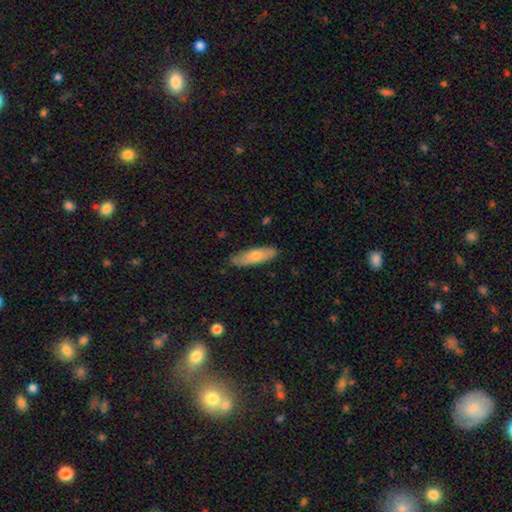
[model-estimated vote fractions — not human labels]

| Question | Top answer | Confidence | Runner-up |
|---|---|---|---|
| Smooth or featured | smooth | 70% | featured or disk (24%) |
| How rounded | cigar-shaped | 57% | in between (41%) |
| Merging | none | 84% | minor disturbance (12%) |